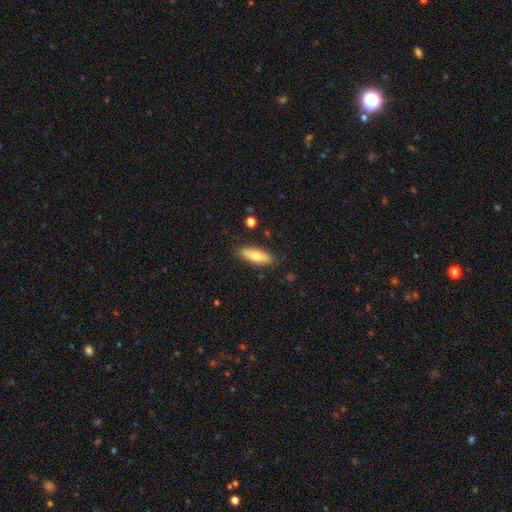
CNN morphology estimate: Smooth or featured? smooth (70%)
How rounded? in between (57%)
Merging? none (86%)